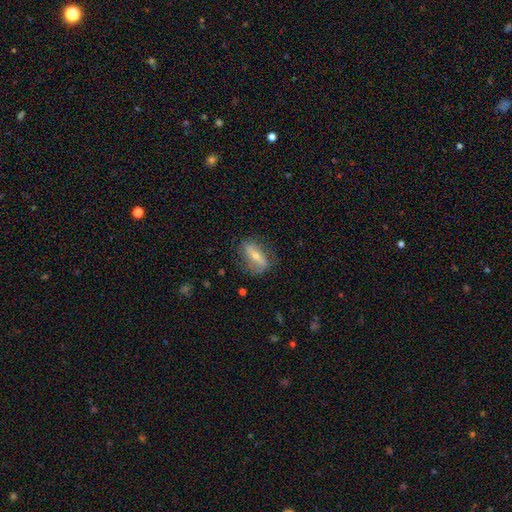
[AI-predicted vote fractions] Smooth or featured: featured or disk — 53% (smooth — 40%)
Edge-on disk: no — 75% (yes — 25%)
Merging: none — 71% (minor disturbance — 19%)